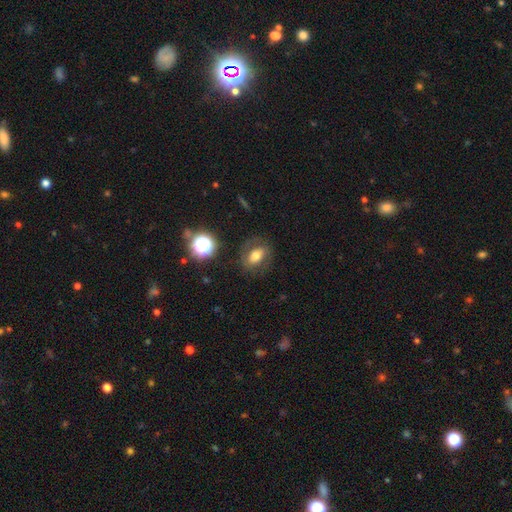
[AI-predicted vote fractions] Overall: smooth (56%; featured or disk 31%). How rounded: in between (69%). Merging: none (75%).